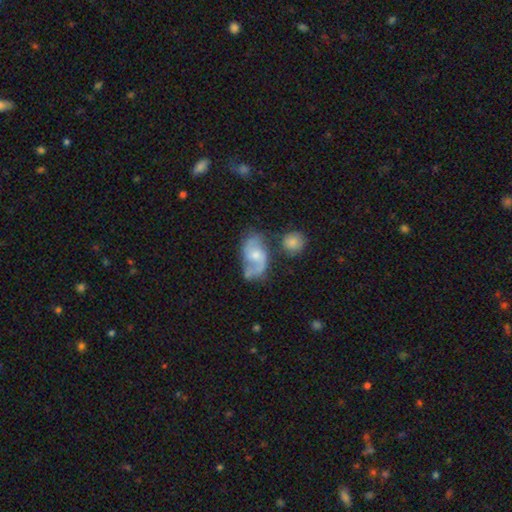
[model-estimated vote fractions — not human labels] Smooth or featured: featured or disk — 78% (smooth — 16%)
Edge-on disk: no — 97% (yes — 3%)
Bar: no — 53% (weak — 41%)
Spiral arms: yes — 93% (no — 7%)
Spiral winding: medium — 47% (loose — 40%)
Spiral arm count: 2 — 88% (can't tell — 5%)
Bulge size: moderate — 51% (small — 39%)
Merging: none — 51% (minor disturbance — 22%)